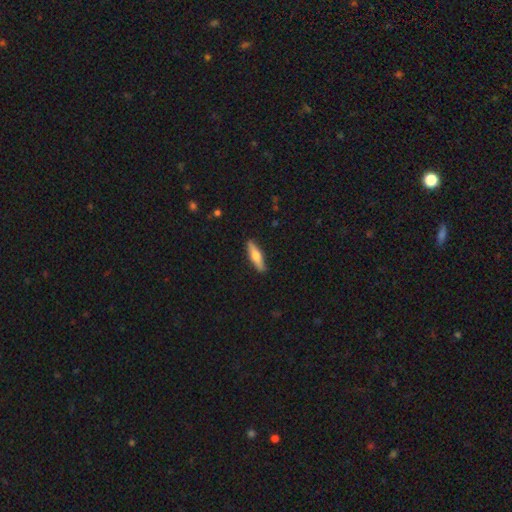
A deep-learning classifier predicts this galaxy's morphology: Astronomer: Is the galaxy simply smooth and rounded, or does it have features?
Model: smooth — 54% (runner-up: featured or disk, 40%).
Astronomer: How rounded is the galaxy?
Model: cigar-shaped — 69%.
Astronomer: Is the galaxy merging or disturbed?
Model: none — 89%.